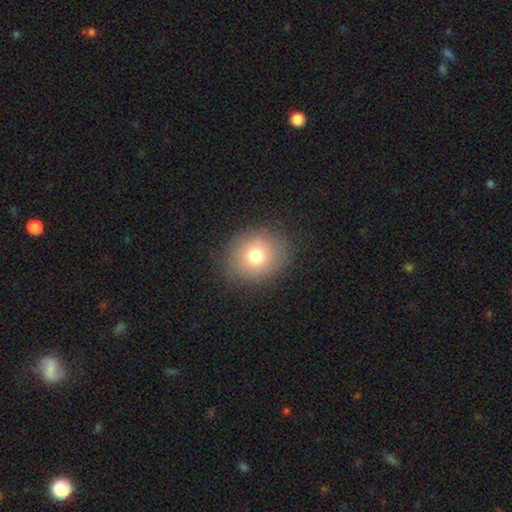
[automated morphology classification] Overall: smooth (77%). How rounded: round (74%). Merging: none (86%).